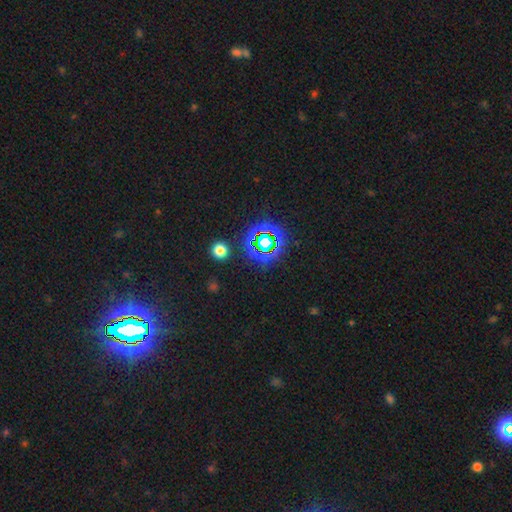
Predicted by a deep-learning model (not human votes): smooth_or_featured: star or artifact (p=0.75) [alt: smooth p=0.17]